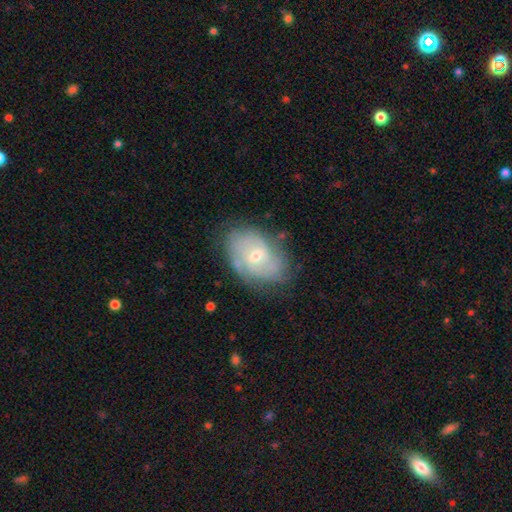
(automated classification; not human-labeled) The model was most divided on "bulge size": moderate: 51%, small: 46%, large: 2%, none: 1%, dominant: 1%. More confident: edge-on disk — no (96%); spiral arms — yes (78%); merging — none (67%); smooth or featured — featured or disk (66%); bar — no (51%).